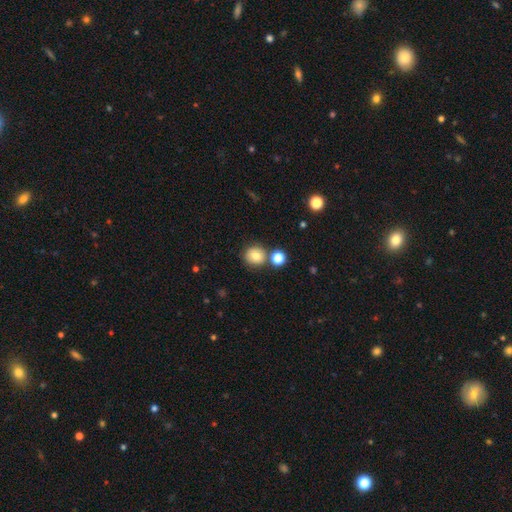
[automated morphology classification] A smooth galaxy with no disk features (77%) that is round (88%). Merging: none (74%).